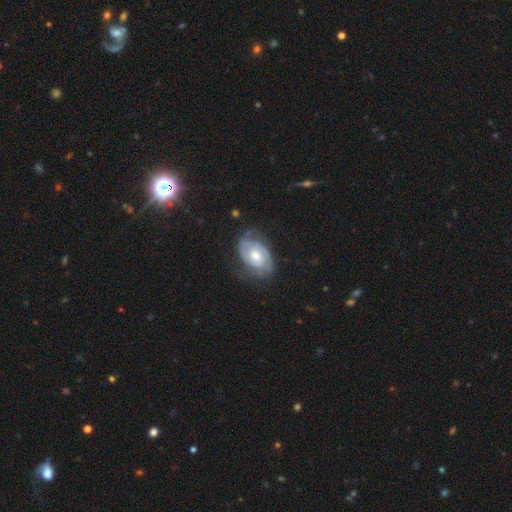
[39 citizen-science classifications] Volunteers were most divided on "merging": none: 59%, minor disturbance: 32%, major disturbance: 5%, merger: 3%. More confident: edge-on disk — no (97%); spiral arms — yes (89%); spiral winding — tight (76%); smooth or featured — featured or disk (74%); bar — no (71%); bulge size — moderate (68%); spiral arm count — 2 (52%).